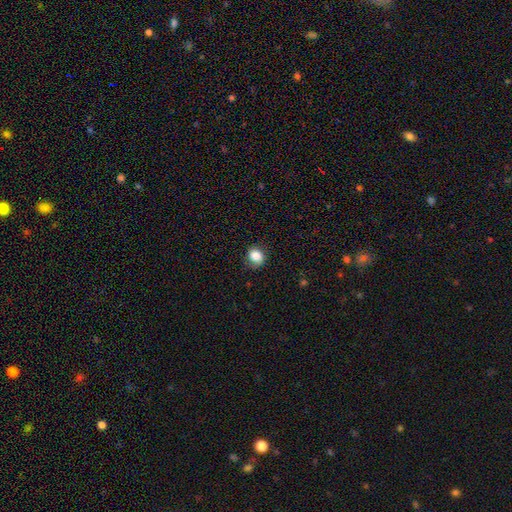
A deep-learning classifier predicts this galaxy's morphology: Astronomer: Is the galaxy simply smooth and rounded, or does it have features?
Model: smooth — 80%.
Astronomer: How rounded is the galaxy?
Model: round — 63%.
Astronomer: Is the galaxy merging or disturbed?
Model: none — 74%.